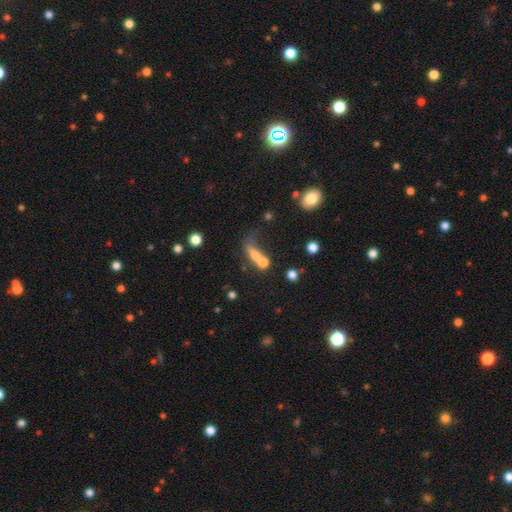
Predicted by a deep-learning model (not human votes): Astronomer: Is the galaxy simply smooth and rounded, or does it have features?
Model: smooth — 63%.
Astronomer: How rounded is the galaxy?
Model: in between — 50% (runner-up: round, 26%).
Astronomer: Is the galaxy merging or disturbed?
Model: merger — 56%.